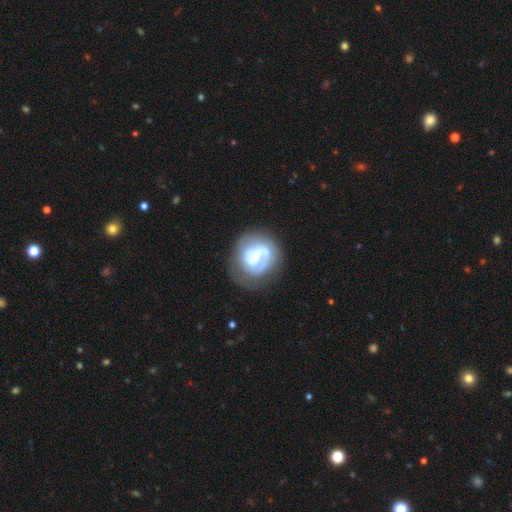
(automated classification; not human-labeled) smooth-or-featured: featured or disk: 73% | smooth: 21% | star or artifact: 6%
  disk-edge-on: no: 98% | yes: 2%
    bar: weak: 51% | no: 29% | strong: 21%
    has-spiral-arms: yes: 86% | no: 14%
      spiral-winding: tight: 43% | medium: 37% | loose: 19%
      spiral-arm-count: 2: 43% | 1: 33% | can't tell: 17% | 3: 5% | 4: 2% | more than 4: 1%
    bulge-size: moderate: 48% | small: 38% | large: 9% | none: 4% | dominant: 1%
  merging: none: 61% | minor disturbance: 20% | major disturbance: 16% | merger: 2%